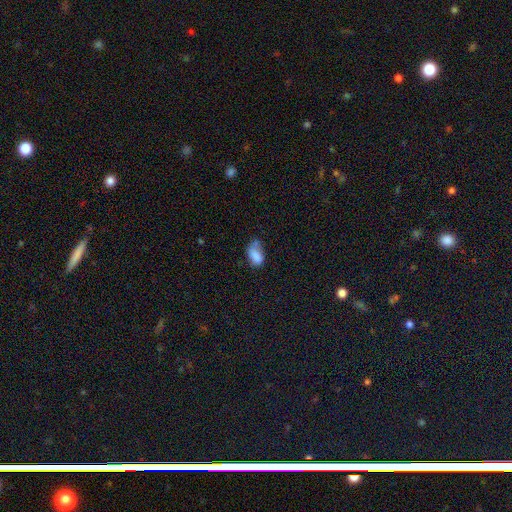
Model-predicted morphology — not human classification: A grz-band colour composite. It shows a smooth galaxy with no disk features (80%) that is in between round and cigar-shaped (90%). Merging: none (37%).